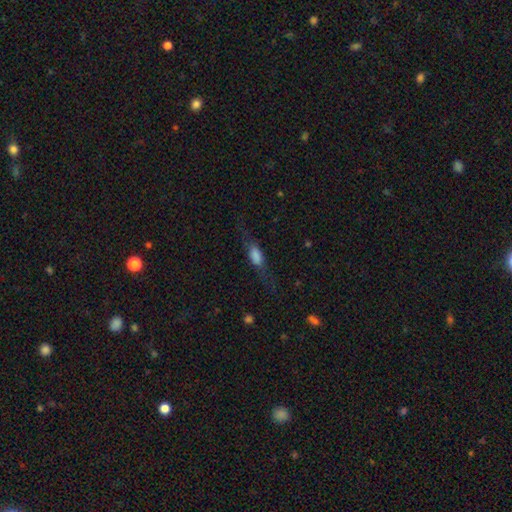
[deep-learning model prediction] Smooth or featured? Predicted: smooth (p=0.63). How rounded? Predicted: in between (p=0.61). Merging? Predicted: none (p=0.60).